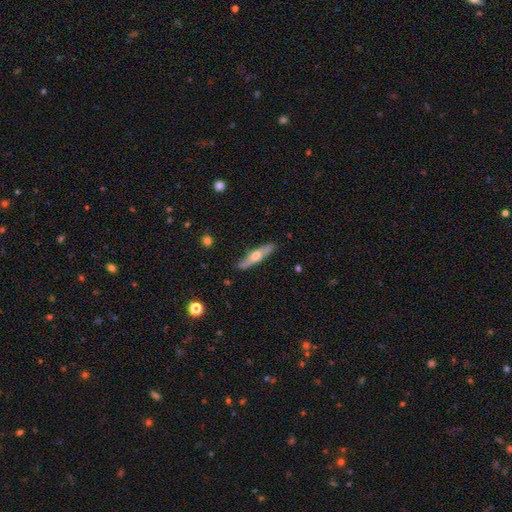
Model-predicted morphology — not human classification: Smooth or featured: featured or disk — 50% (smooth — 44%)
Edge-on disk: yes — 79% (no — 21%)
Merging: none — 82% (minor disturbance — 14%)